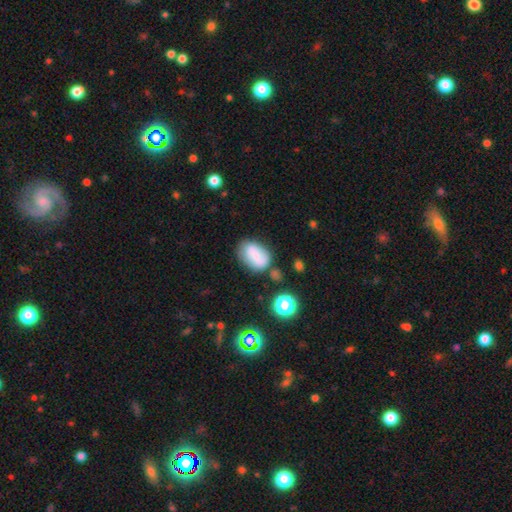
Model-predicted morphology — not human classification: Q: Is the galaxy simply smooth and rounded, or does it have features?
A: smooth — 68%.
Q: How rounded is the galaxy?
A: in between — 80%.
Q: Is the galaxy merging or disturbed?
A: none — 57%.